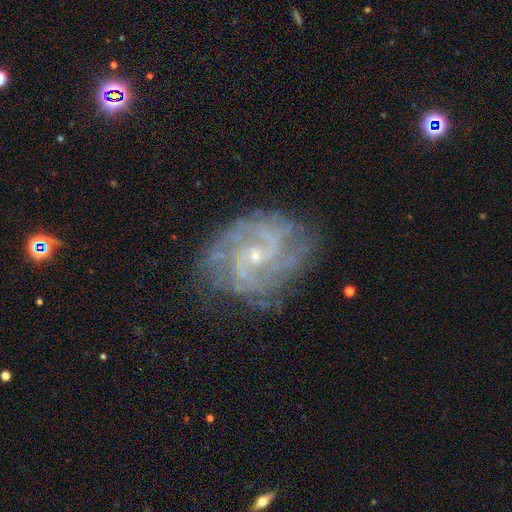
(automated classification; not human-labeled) Smooth or featured? Predicted: featured or disk (p=0.88). Edge-on disk? Predicted: no (p=0.98). Bar? Predicted: no (p=0.54). Spiral arms? Predicted: yes (p=0.97). Spiral winding? Predicted: tight (p=0.48). Spiral arm count? Predicted: 2 (p=0.43). Bulge size? Predicted: small (p=0.79). Merging? Predicted: none (p=0.74).